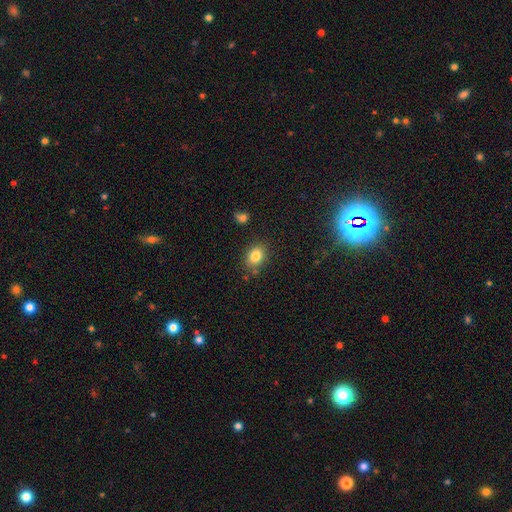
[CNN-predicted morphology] Smooth or featured: smooth — 83% (star or artifact — 10%)
How rounded: in between — 63% (round — 36%)
Merging: none — 79% (minor disturbance — 13%)